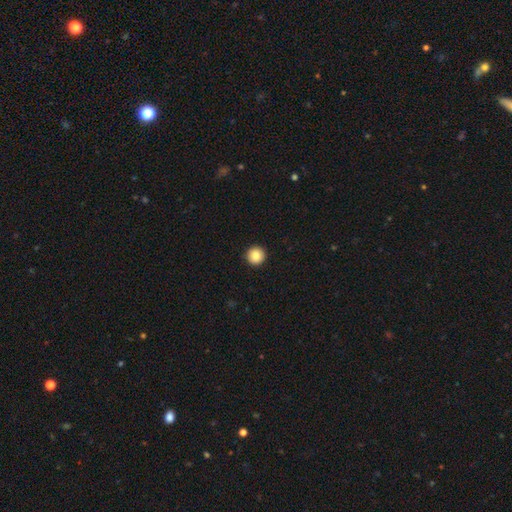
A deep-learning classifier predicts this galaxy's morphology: Overall: smooth (86%). How rounded: round (96%). Merging: none (94%).